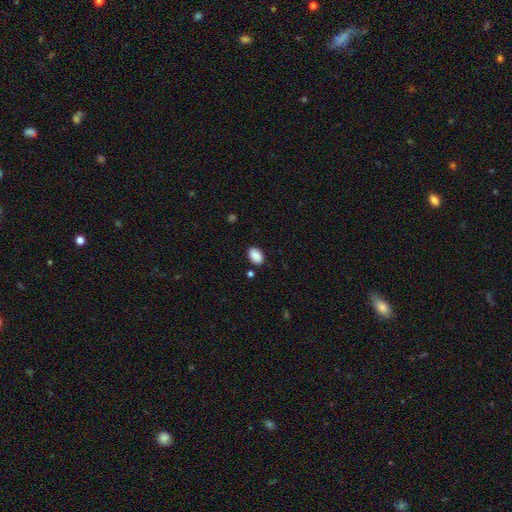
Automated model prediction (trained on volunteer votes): smooth 89%, star or artifact 7%, featured or disk 3%. Down the decision tree: how rounded — in between (88%); merging — none (85%).